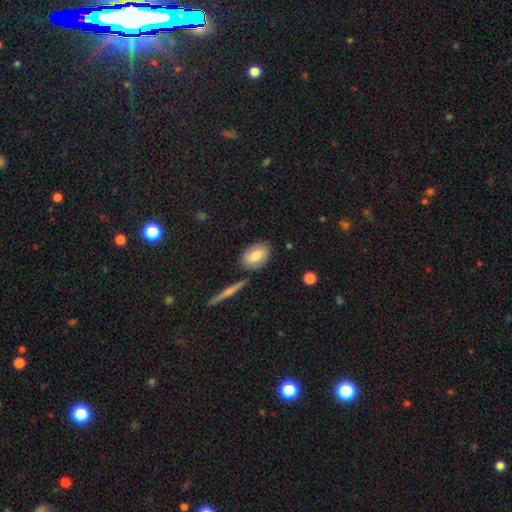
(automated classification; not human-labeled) smooth 71%, featured or disk 22%, star or artifact 6%. Down the decision tree: how rounded — in between (84%); merging — none (78%).